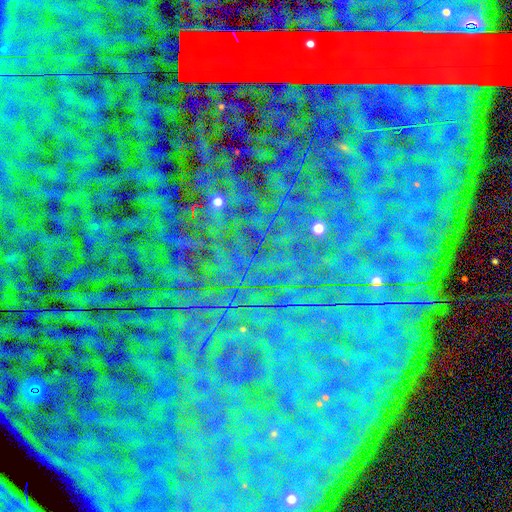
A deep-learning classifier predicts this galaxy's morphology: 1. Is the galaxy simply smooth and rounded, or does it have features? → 85% star or artifact, 8% smooth, 7% featured or disk.